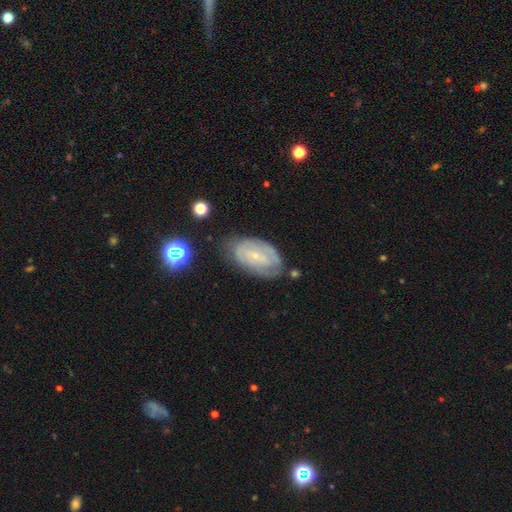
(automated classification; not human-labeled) This is likely a featured or disk galaxy (65%). It is clearly not viewed edge-on (95%). Bar: possibly no (49%). Spiral arm pattern: likely yes (75%). Central bulge: clearly small (80%). Merging: likely none (63%).